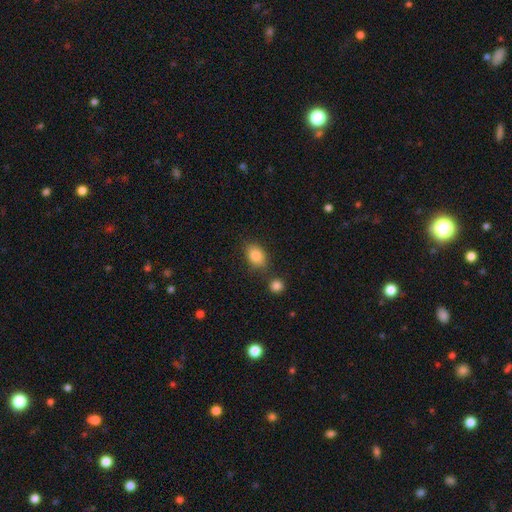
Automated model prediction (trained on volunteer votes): A smooth galaxy with no disk features (84%) that is in between round and cigar-shaped (82%). Merging: none (72%).